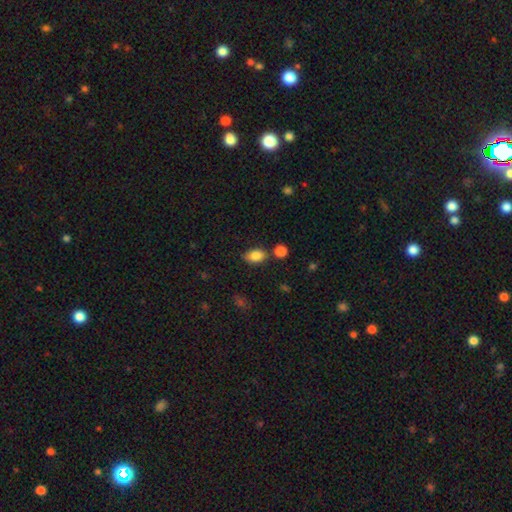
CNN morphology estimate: Smooth or featured? smooth (85%)
How rounded? in between (85%)
Merging? none (71%)